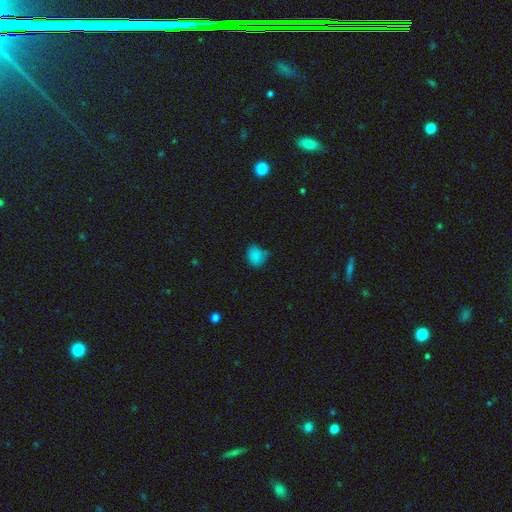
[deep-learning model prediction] A smooth galaxy with no disk features (83%) that is round (60%).

Vote fractions:
- Smooth or featured? smooth: 83% / star or artifact: 12% / featured or disk: 5%
- How rounded? round: 60% / in between: 39% / cigar-shaped: 1%
- Merging? none: 60% / minor disturbance: 30% / major disturbance: 6% / merger: 4%